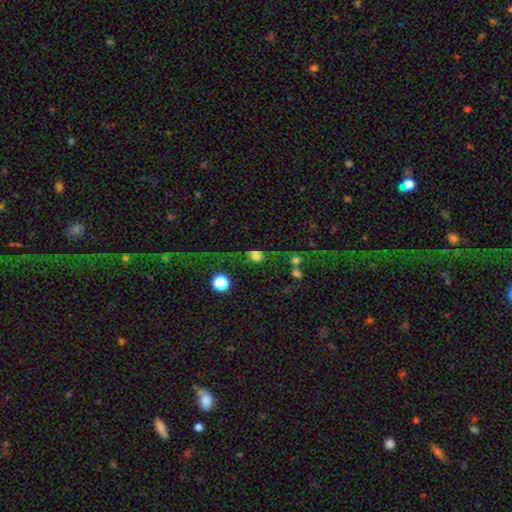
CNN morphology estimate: smooth 68%, star or artifact 19%, featured or disk 13%. Down the decision tree: how rounded — round (53%); merging — none (47%).